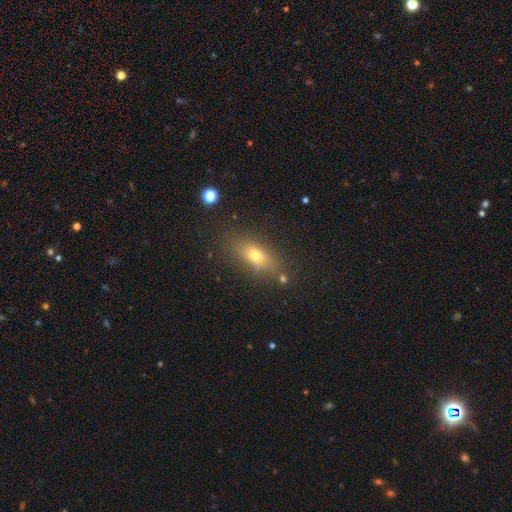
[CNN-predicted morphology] This is likely a smooth galaxy (67%). How rounded: likely in between (69%). Merging: likely none (79%).